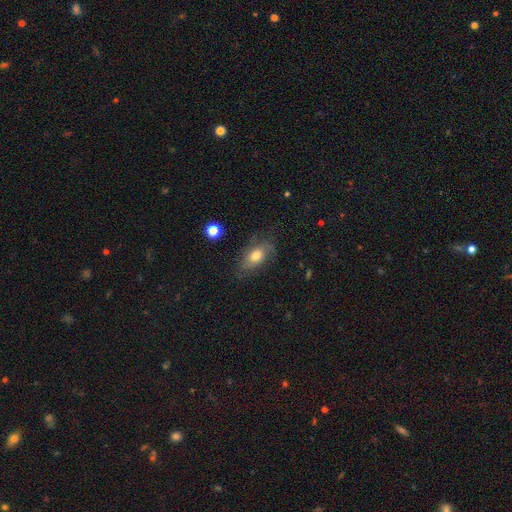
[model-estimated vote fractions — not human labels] smooth_or_featured: smooth (p=0.56) [alt: featured or disk p=0.35]
how_rounded: in between (p=0.87) [alt: round p=0.09]
merging: none (p=0.63) [alt: minor disturbance p=0.23]